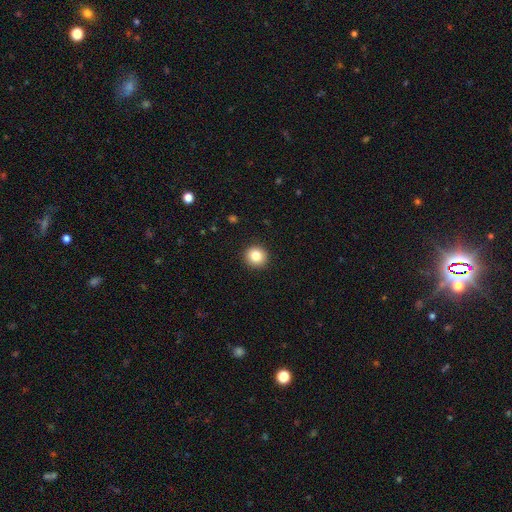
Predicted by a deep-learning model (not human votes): The model was most divided on "smooth or featured": smooth: 84%, star or artifact: 10%, featured or disk: 7%. More confident: how rounded — round (93%); merging — none (92%).